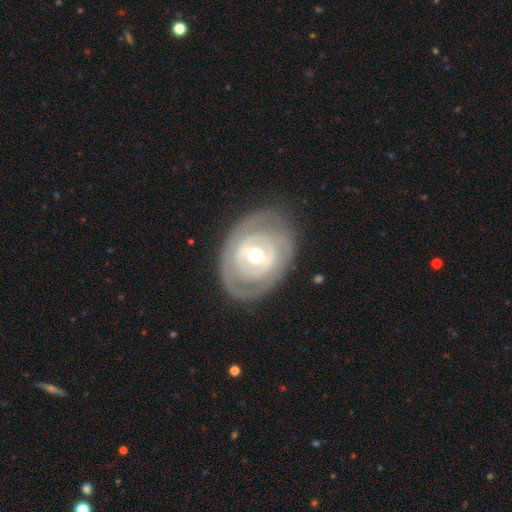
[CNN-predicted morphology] A featured or disk galaxy (75%) with a weak bar (40%), no spiral arms (54%) and a moderate central bulge (68%). Merging: none (77%).